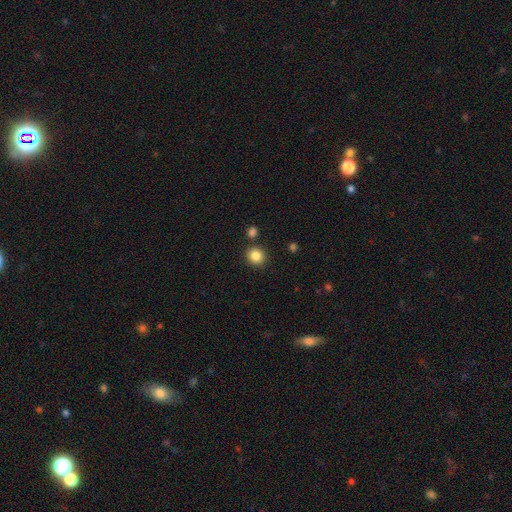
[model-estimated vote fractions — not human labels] A smooth galaxy with no disk features (85%) that is round (85%).

Vote fractions:
- Smooth or featured? smooth: 85% / star or artifact: 10% / featured or disk: 5%
- How rounded? round: 85% / in between: 14% / cigar-shaped: 1%
- Merging? none: 85% / minor disturbance: 7% / merger: 6% / major disturbance: 2%